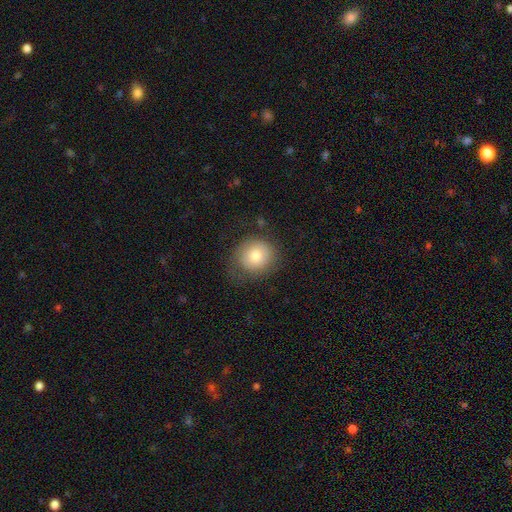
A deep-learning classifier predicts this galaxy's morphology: Overall: smooth (76%). How rounded: round (83%). Merging: none (68%).